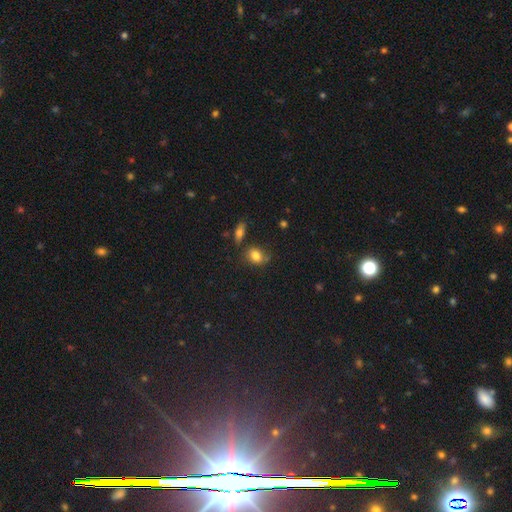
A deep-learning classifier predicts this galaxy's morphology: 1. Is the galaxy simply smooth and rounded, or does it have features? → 80% smooth, 10% star or artifact, 9% featured or disk.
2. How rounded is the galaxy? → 64% in between, 34% round, 2% cigar-shaped.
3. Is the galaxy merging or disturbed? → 59% none, 26% minor disturbance, 8% major disturbance, 7% merger.